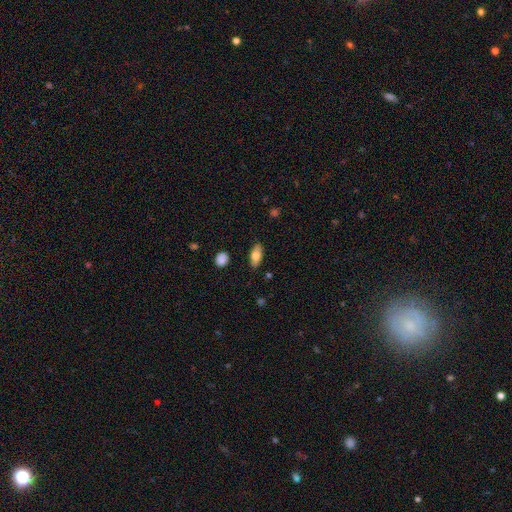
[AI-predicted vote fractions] A smooth galaxy with no disk features (74%) that is in between round and cigar-shaped (86%).

Vote fractions:
- Smooth or featured? smooth: 74% / featured or disk: 20% / star or artifact: 7%
- How rounded? in between: 86% / cigar-shaped: 11% / round: 4%
- Merging? none: 87% / minor disturbance: 10% / major disturbance: 2% / merger: 1%